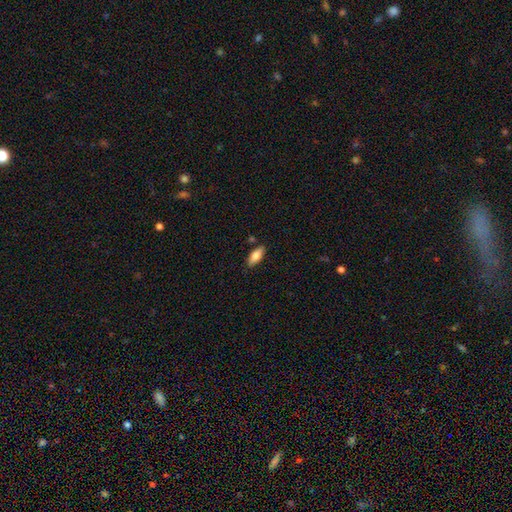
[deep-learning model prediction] Morphology: type=smooth (80%); roundness=in between (78%); merging=none (84%).